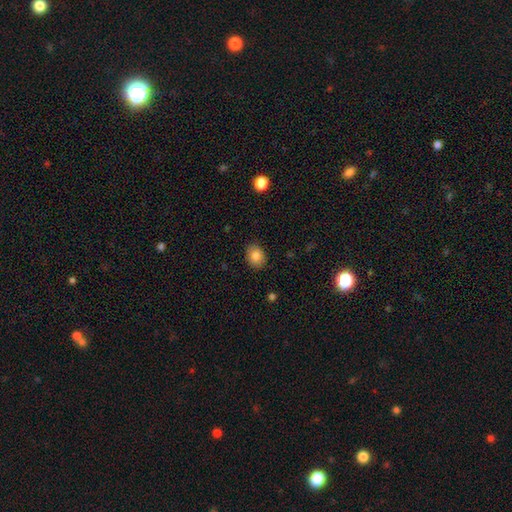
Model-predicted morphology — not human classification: type=smooth (84%); roundness=in between (57%); merging=none (87%).